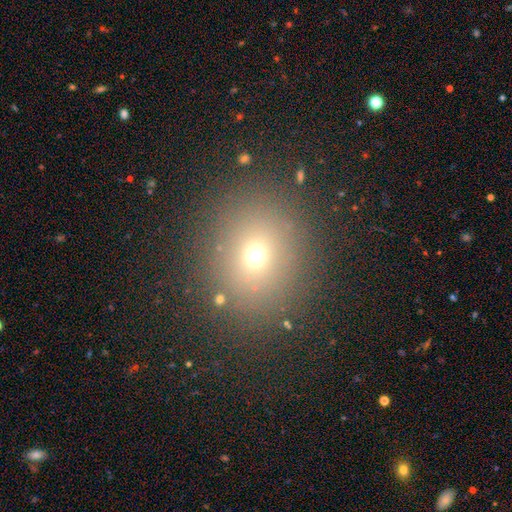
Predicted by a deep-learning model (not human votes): smooth 67%, star or artifact 23%, featured or disk 10%. Down the decision tree: how rounded — round (75%); merging — none (87%).